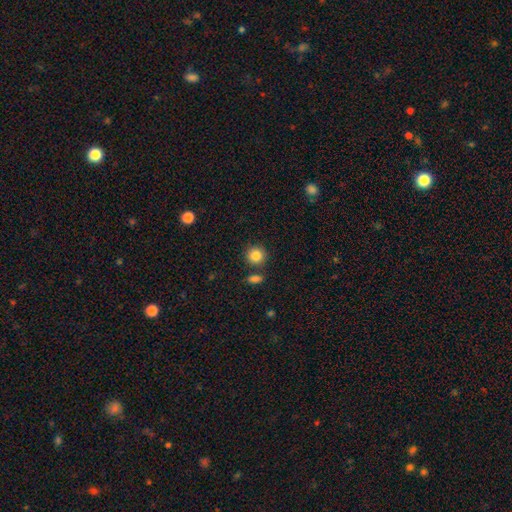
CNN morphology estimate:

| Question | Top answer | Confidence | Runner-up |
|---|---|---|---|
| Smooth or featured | smooth | 85% | star or artifact (9%) |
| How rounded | round | 90% | in between (9%) |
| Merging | none | 81% | minor disturbance (8%) |